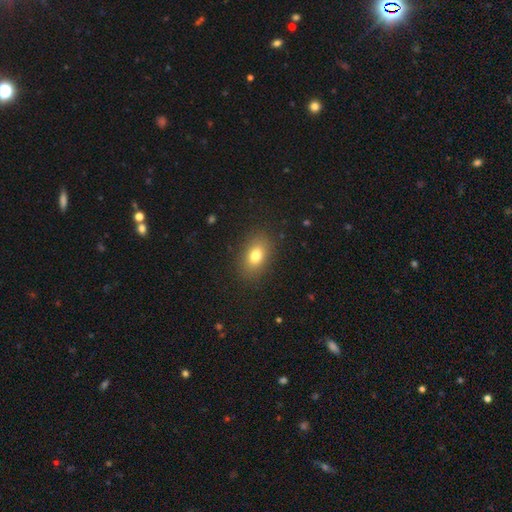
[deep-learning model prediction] This is likely a smooth galaxy (79%). How rounded: clearly in between (83%). Merging: clearly none (87%).